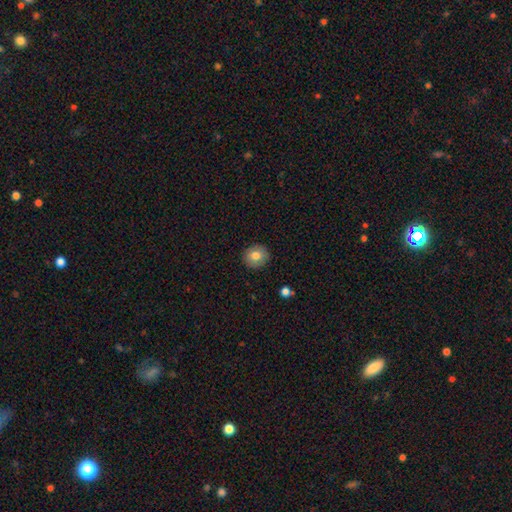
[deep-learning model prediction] Morphology: type=smooth (80%); roundness=round (86%); merging=none (91%).